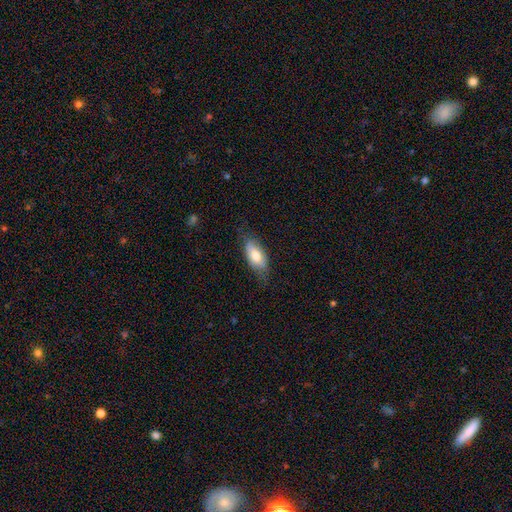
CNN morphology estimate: The model was most divided on "merging": none: 72%, minor disturbance: 22%, major disturbance: 5%, merger: 1%. More confident: how rounded — in between (86%); smooth or featured — smooth (73%).